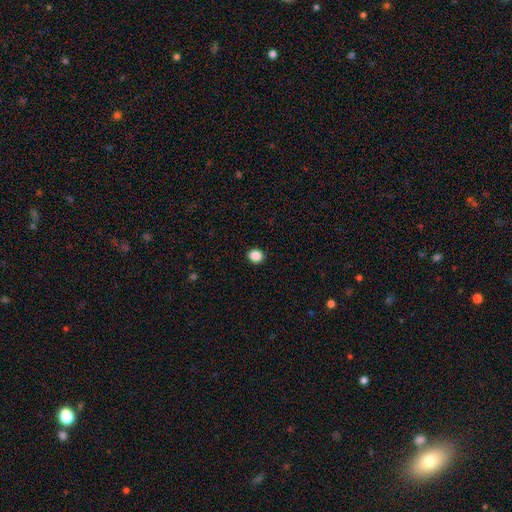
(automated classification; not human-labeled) The model was most divided on "how rounded": round: 85%, in between: 14%, cigar-shaped: 1%. More confident: merging — none (93%); smooth or featured — smooth (87%).